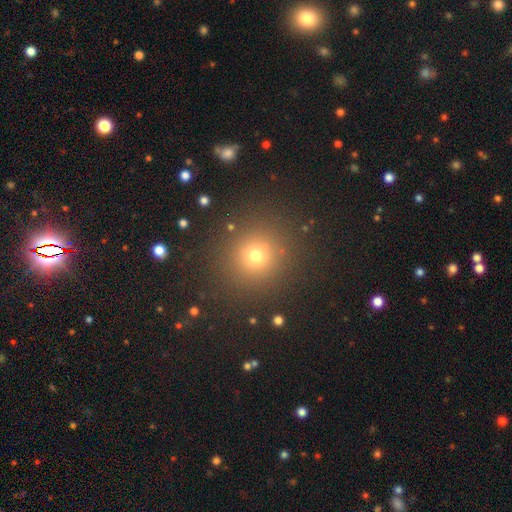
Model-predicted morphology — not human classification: smooth_or_featured: smooth (p=0.70) [alt: star or artifact p=0.23]
how_rounded: round (p=0.91) [alt: in between p=0.08]
merging: none (p=0.89) [alt: minor disturbance p=0.06]